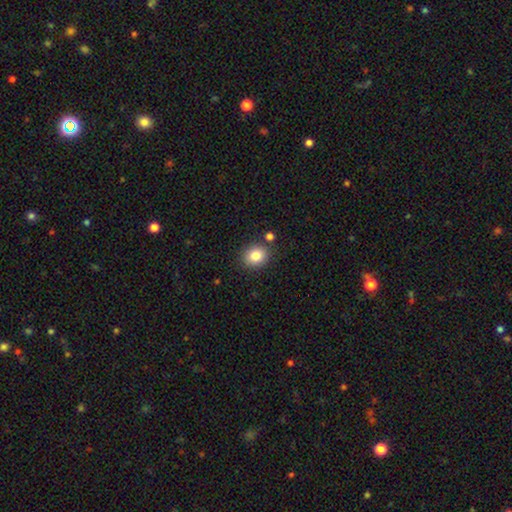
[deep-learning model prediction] smooth-or-featured: smooth: 83% | star or artifact: 10% | featured or disk: 7%
  how-rounded: round: 69% | in between: 30% | cigar-shaped: 1%
  merging: none: 83% | minor disturbance: 9% | merger: 5% | major disturbance: 2%